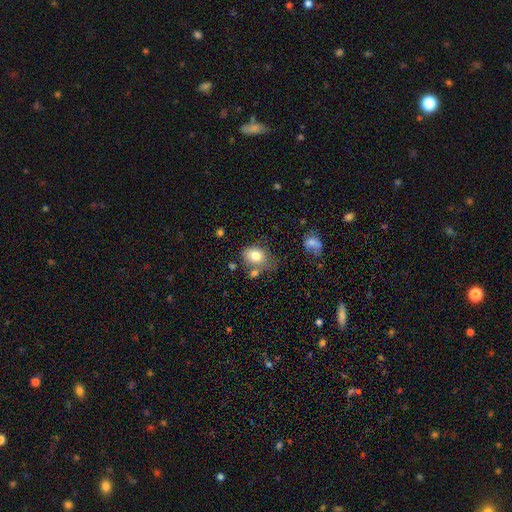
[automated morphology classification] Smooth or featured? Predicted: smooth (p=0.78). How rounded? Predicted: in between (p=0.67). Merging? Predicted: none (p=0.51).